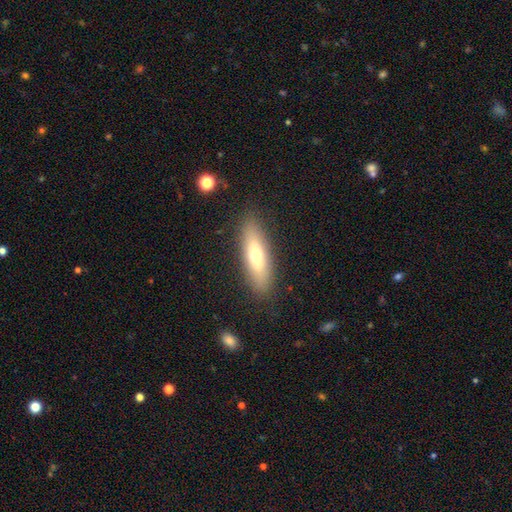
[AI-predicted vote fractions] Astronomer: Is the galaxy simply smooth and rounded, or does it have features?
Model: smooth — 60%.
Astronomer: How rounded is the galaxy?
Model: in between — 51% (runner-up: cigar-shaped, 46%).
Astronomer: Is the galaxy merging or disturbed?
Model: none — 86%.